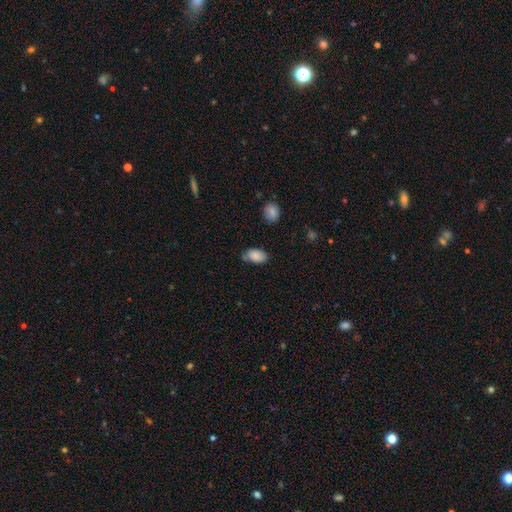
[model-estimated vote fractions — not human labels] Smooth or featured? smooth (87%)
How rounded? in between (92%)
Merging? none (65%)